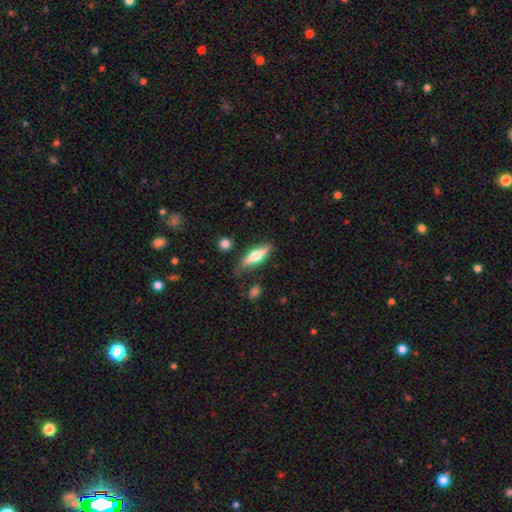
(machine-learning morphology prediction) smooth_or_featured: smooth (p=0.50) [alt: featured or disk p=0.44]
how_rounded: cigar-shaped (p=0.61) [alt: in between p=0.37]
merging: none (p=0.78) [alt: minor disturbance p=0.16]